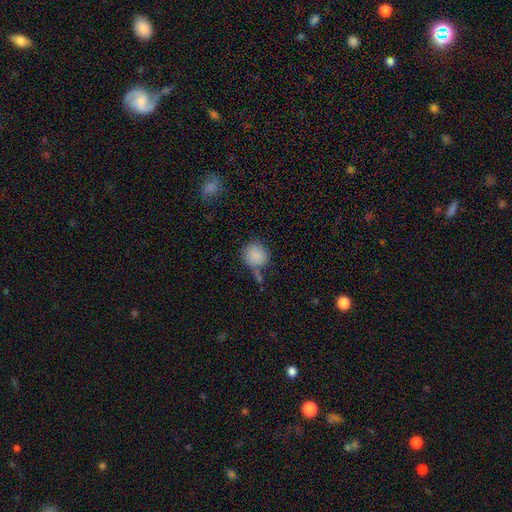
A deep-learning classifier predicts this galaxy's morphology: This is clearly a smooth galaxy (86%). How rounded: clearly round (89%). Merging: likely none (65%).